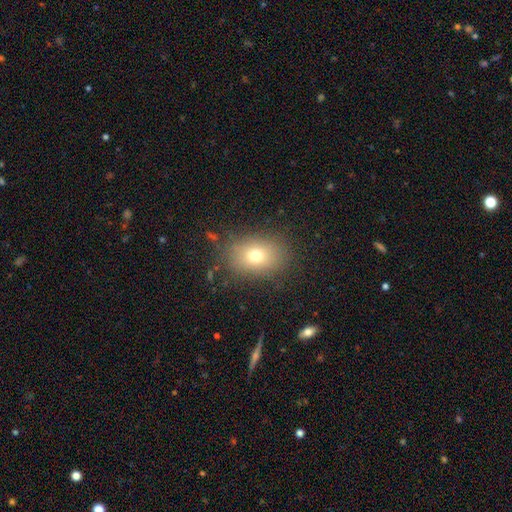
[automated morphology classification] Smooth or featured: smooth — 73% (featured or disk — 14%)
How rounded: in between — 60% (round — 38%)
Merging: none — 84% (minor disturbance — 11%)